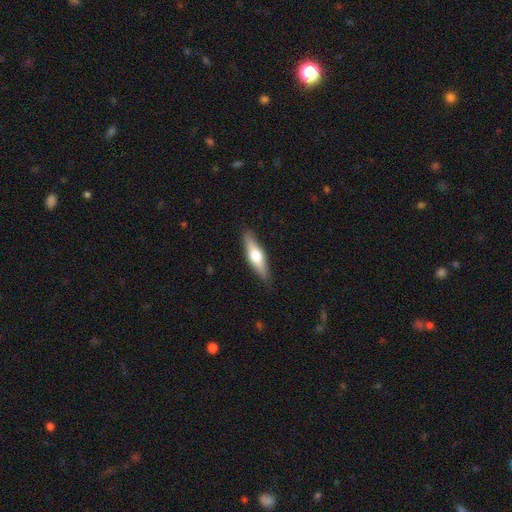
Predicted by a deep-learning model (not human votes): This is possibly a smooth galaxy (50%). Merging: clearly none (87%).